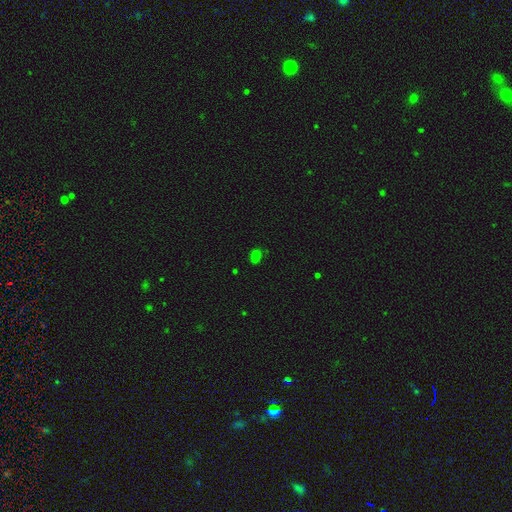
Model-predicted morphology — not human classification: Smooth or featured?
  - smooth: 56% *
  - star or artifact: 35%
  - featured or disk: 9%
How rounded?
  - in between: 61% *
  - round: 37%
  - cigar-shaped: 3%
Merging?
  - none: 58% *
  - minor disturbance: 17%
  - merger: 17%
  - major disturbance: 9%